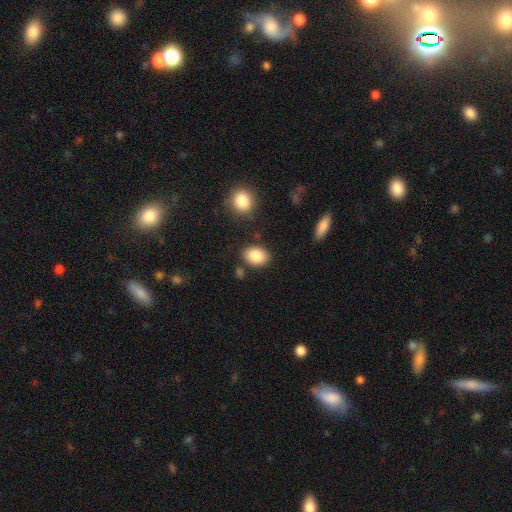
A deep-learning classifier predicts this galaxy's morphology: Q: Smooth or featured?
A: smooth (87%); runner-up: star or artifact (8%)
Q: How rounded?
A: in between (73%); runner-up: round (26%)
Q: Merging?
A: none (80%); runner-up: minor disturbance (11%)